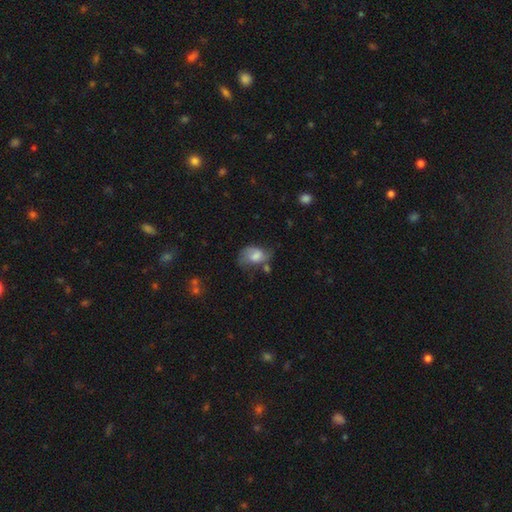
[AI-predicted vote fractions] smooth-or-featured: smooth: 58% | featured or disk: 33% | star or artifact: 9%
  how-rounded: in between: 81% | round: 17% | cigar-shaped: 1%
  merging: none: 40% | minor disturbance: 33% | major disturbance: 18% | merger: 8%